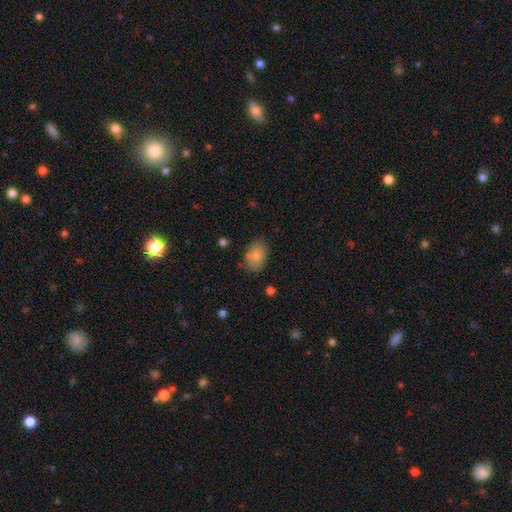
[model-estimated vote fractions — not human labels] A smooth galaxy with no disk features (81%) that is in between round and cigar-shaped (84%). Merging: none (75%).